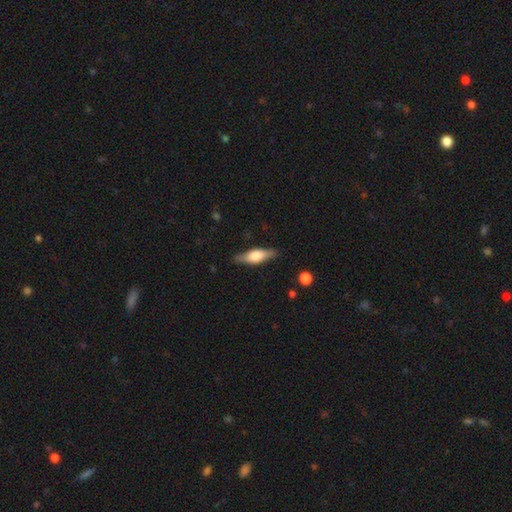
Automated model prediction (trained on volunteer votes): A smooth galaxy with no disk features (49%).

Vote fractions:
- Smooth or featured? smooth: 49% / featured or disk: 45% / star or artifact: 6%
- Merging? none: 83% / minor disturbance: 13% / major disturbance: 3% / merger: 1%